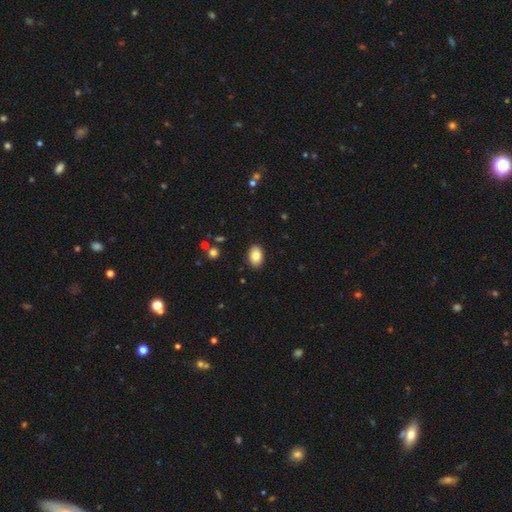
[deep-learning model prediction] Smooth or featured?
  - smooth: 85% *
  - star or artifact: 8%
  - featured or disk: 7%
How rounded?
  - in between: 86% *
  - round: 13%
  - cigar-shaped: 1%
Merging?
  - none: 89% *
  - minor disturbance: 8%
  - major disturbance: 2%
  - merger: 1%